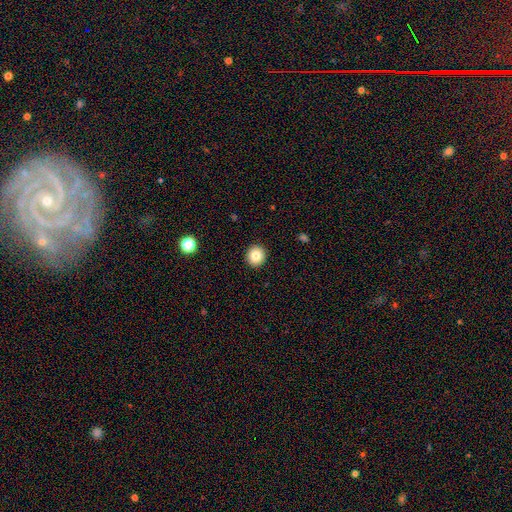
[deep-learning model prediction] Smooth or featured?
  - smooth: 83% *
  - star or artifact: 10%
  - featured or disk: 7%
How rounded?
  - round: 91% *
  - in between: 8%
  - cigar-shaped: 1%
Merging?
  - none: 93% *
  - minor disturbance: 5%
  - major disturbance: 2%
  - merger: 1%